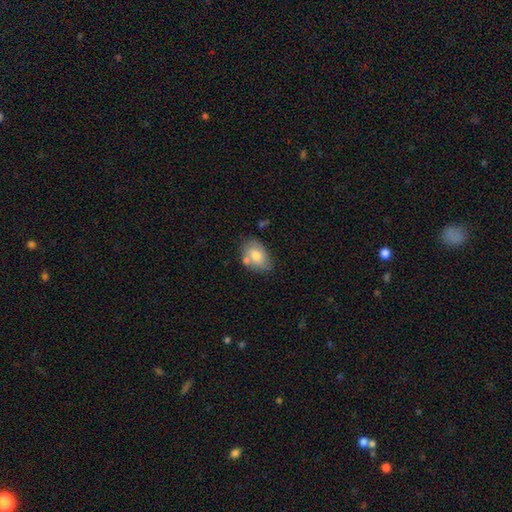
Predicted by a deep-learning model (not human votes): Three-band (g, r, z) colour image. It shows a smooth galaxy with no disk features (71%) that is in between round and cigar-shaped (83%). Merging: none (58%).